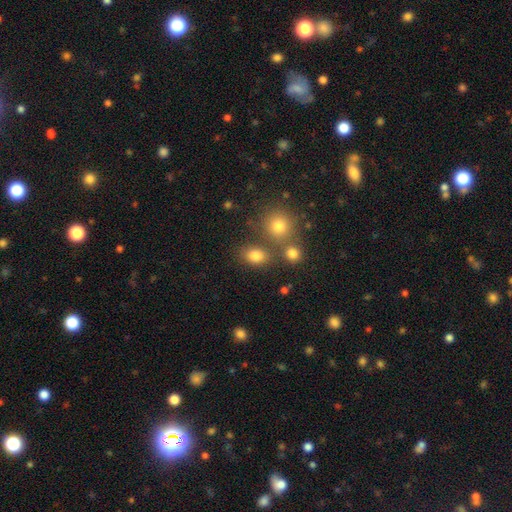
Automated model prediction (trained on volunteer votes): A smooth galaxy with no disk features (79%) that is in between round and cigar-shaped (56%).

Vote fractions:
- Smooth or featured? smooth: 79% / star or artifact: 14% / featured or disk: 7%
- How rounded? in between: 56% / round: 42% / cigar-shaped: 2%
- Merging? none: 67% / merger: 18% / minor disturbance: 11% / major disturbance: 4%